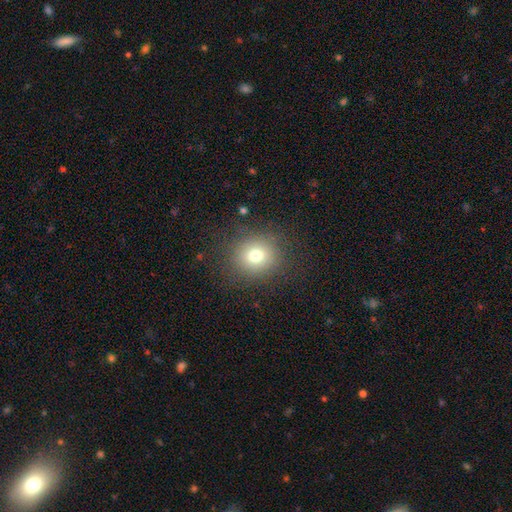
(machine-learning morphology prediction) A smooth galaxy with no disk features (75%) that is round (86%). Merging: none (86%).